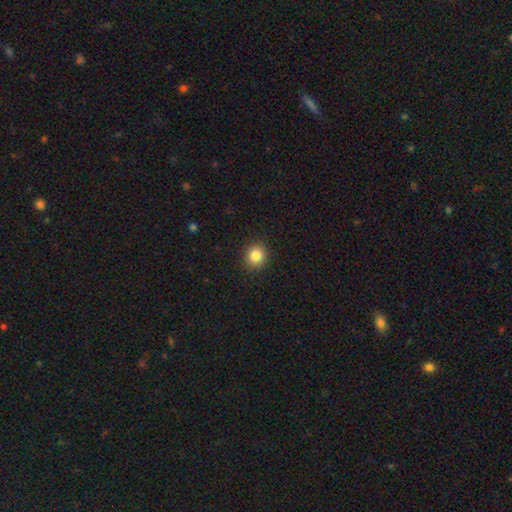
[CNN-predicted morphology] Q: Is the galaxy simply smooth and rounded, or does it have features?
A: smooth — 85%.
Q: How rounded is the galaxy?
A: round — 85%.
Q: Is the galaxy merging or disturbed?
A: none — 91%.